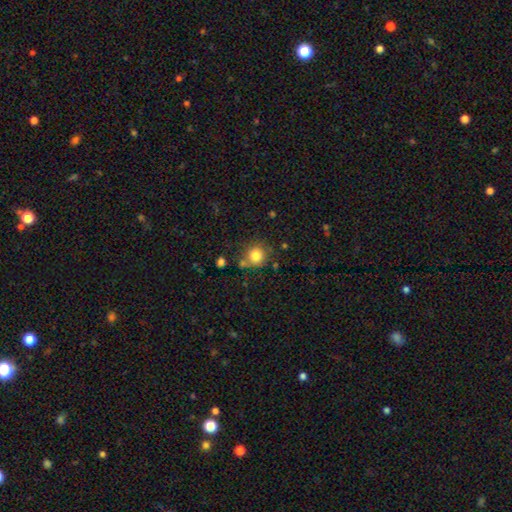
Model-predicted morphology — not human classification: smooth 81%, star or artifact 11%, featured or disk 8%. Down the decision tree: how rounded — round (89%); merging — none (72%).